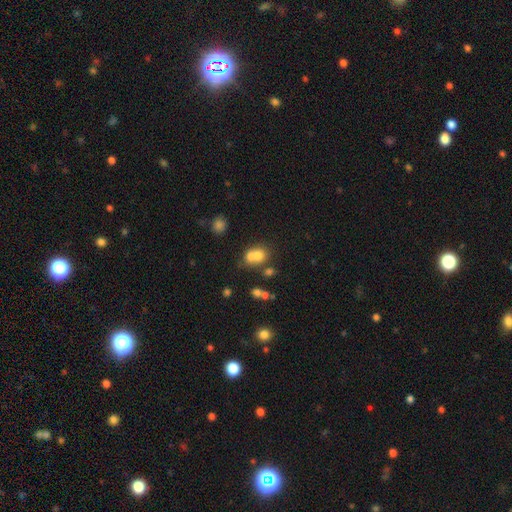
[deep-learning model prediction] Morphology: type=smooth (70%); roundness=round (61%); merging=merger (56%).